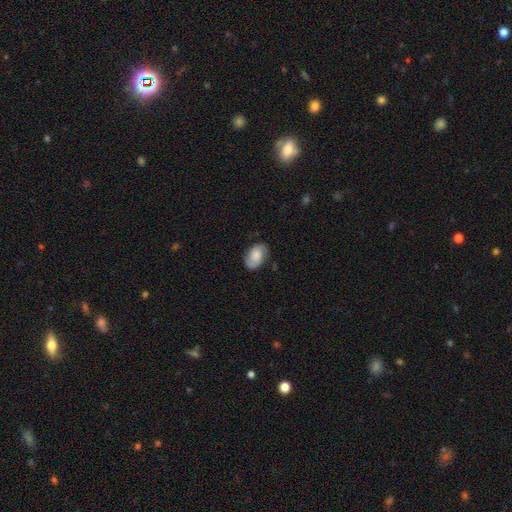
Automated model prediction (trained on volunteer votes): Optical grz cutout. It shows a smooth galaxy with no disk features (58%) that is in between round and cigar-shaped (90%). Merging: none (74%).